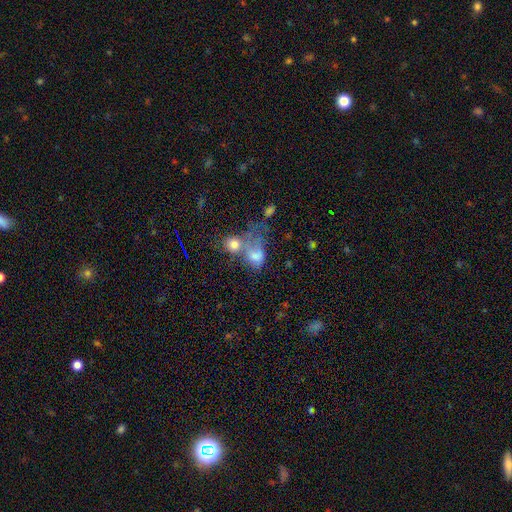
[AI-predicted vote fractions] Morphology: type=smooth (69%); roundness=in between (62%); merging=merger (60%).